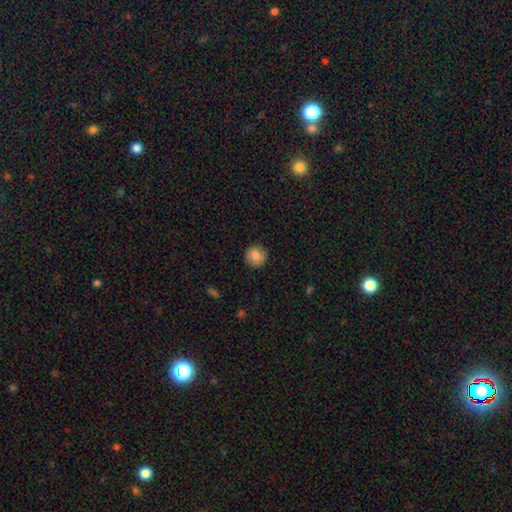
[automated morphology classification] Overall: smooth (76%). How rounded: round (89%). Merging: none (87%).